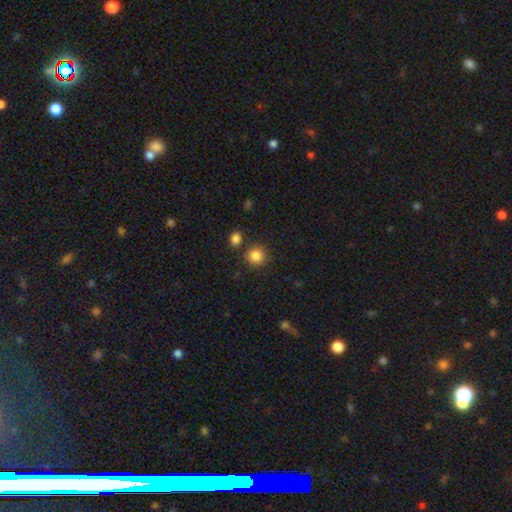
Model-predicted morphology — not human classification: Q: Smooth or featured?
A: smooth (86%); runner-up: star or artifact (10%)
Q: How rounded?
A: round (92%); runner-up: in between (7%)
Q: Merging?
A: none (83%); runner-up: minor disturbance (8%)